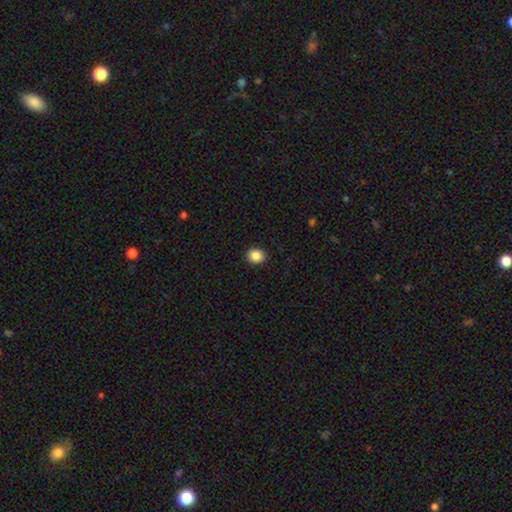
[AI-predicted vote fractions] Smooth or featured? smooth (87%)
How rounded? round (75%)
Merging? none (92%)